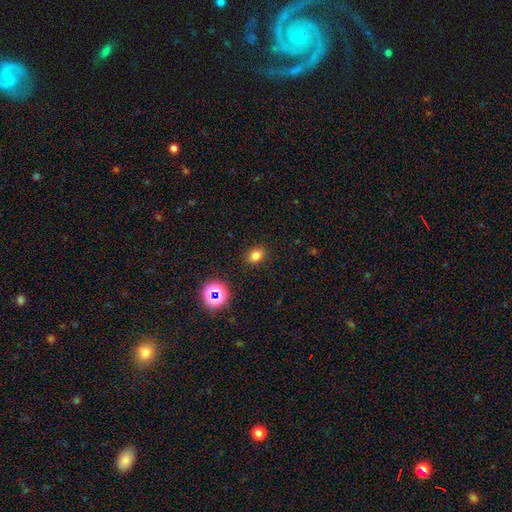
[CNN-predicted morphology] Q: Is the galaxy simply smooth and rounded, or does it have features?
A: smooth — 78%.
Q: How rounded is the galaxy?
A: in between — 58%.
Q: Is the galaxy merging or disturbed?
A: none — 88%.